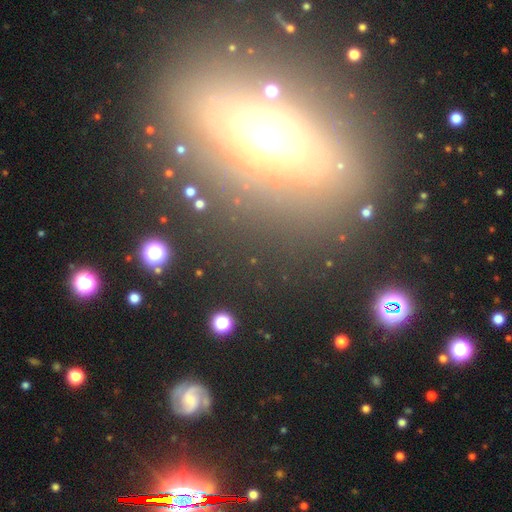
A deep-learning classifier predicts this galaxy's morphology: smooth 41%, featured or disk 33%, star or artifact 25%. Down the decision tree: merging — none (81%).